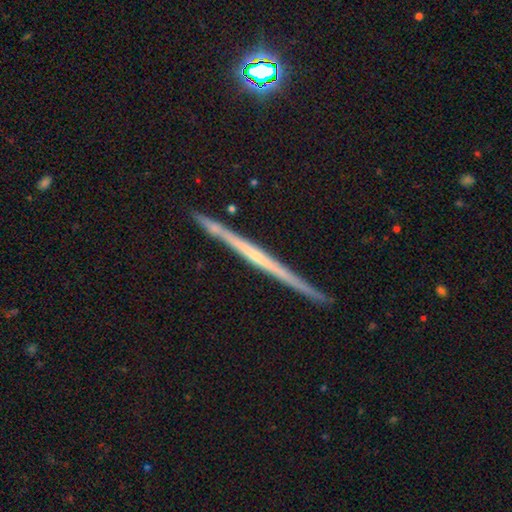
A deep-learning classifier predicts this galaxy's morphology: A featured or disk galaxy (70%) viewed edge-on (98%) with no central bulge (79%). Merging: none (91%).